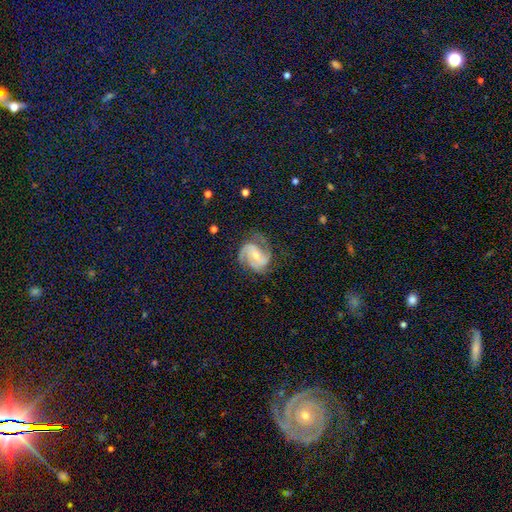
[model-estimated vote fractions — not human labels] Smooth or featured?
  - featured or disk: 85% *
  - smooth: 9%
  - star or artifact: 6%
Edge-on disk?
  - no: 98% *
  - yes: 2%
Bar?
  - weak: 46% *
  - no: 35%
  - strong: 19%
Spiral arms?
  - yes: 97% *
  - no: 3%
Spiral winding?
  - medium: 49% *
  - tight: 36%
  - loose: 14%
Spiral arm count?
  - 2: 65% *
  - 3: 18%
  - can't tell: 9%
  - 1: 4%
  - 4: 3%
  - more than 4: 2%
Bulge size?
  - small: 49% *
  - moderate: 45%
  - none: 3%
  - large: 2%
  - dominant: 1%
Merging?
  - none: 63% *
  - minor disturbance: 22%
  - major disturbance: 14%
  - merger: 1%